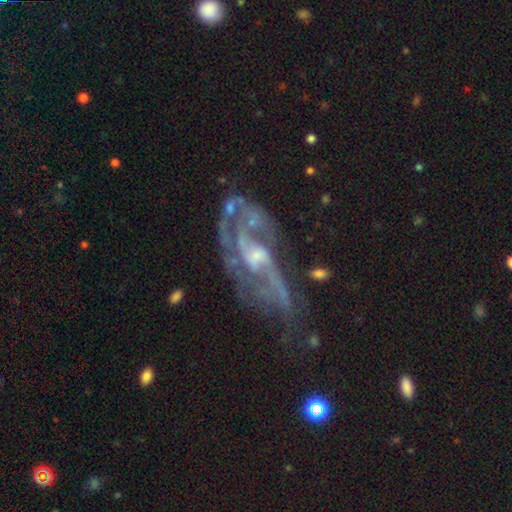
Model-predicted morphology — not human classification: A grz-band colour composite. It shows a featured or disk galaxy (83%) with no bar (53%), 2 (34%) medium (44%) spiral arms (89%) and a moderate central bulge (47%). Merging: none (57%).